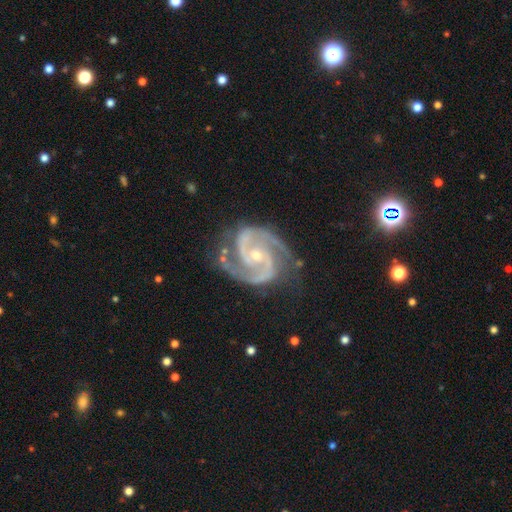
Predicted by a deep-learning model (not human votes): Smooth or featured? featured or disk (94%)
Edge-on disk? no (98%)
Bar? no (55%)
Spiral arms? yes (99%)
Spiral winding? medium (55%)
Spiral arm count? 2 (89%)
Bulge size? small (63%)
Merging? none (74%)